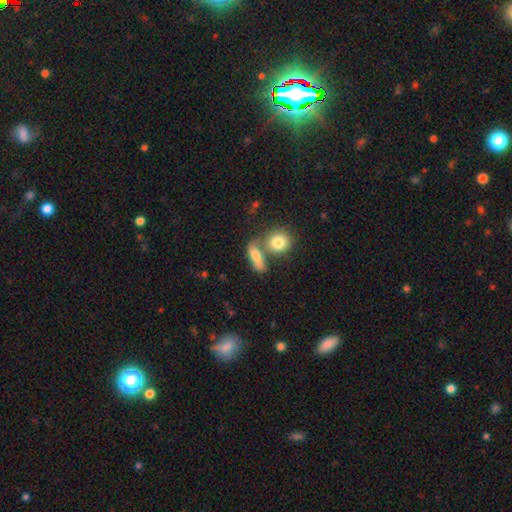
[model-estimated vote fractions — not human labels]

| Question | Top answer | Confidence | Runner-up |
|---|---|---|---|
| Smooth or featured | smooth | 72% | featured or disk (18%) |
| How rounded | in between | 63% | cigar-shaped (18%) |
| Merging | merger | 48% | none (35%) |